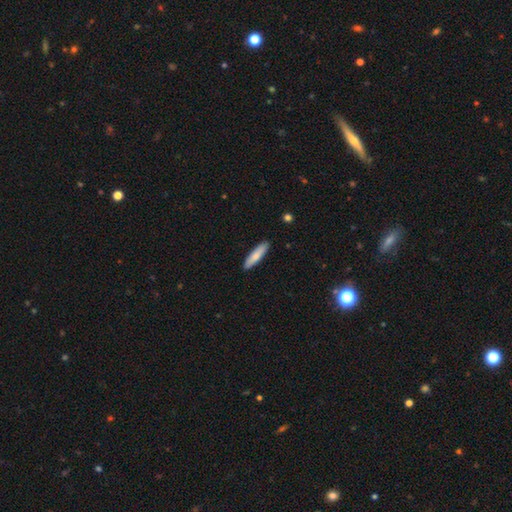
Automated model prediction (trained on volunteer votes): Smooth or featured? Predicted: smooth (p=0.78). How rounded? Predicted: cigar-shaped (p=0.77). Merging? Predicted: none (p=0.90).